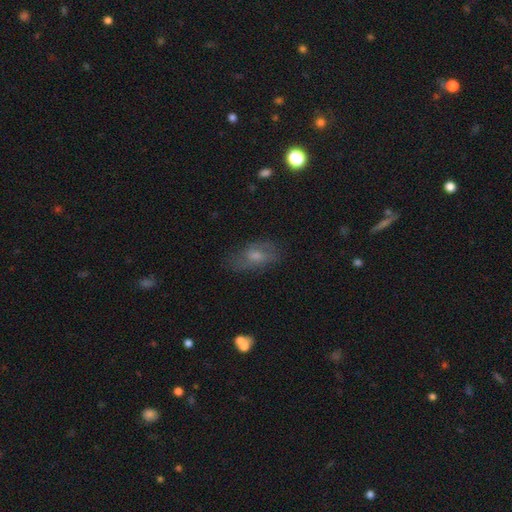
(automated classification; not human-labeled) smooth 44%, featured or disk 41%, star or artifact 15%. Down the decision tree: merging — none (69%).